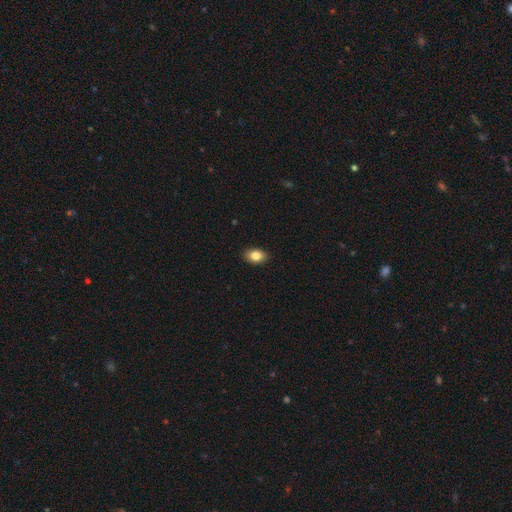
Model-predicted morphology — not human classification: smooth_or_featured: smooth (p=0.84) [alt: star or artifact p=0.08]
how_rounded: in between (p=0.85) [alt: round p=0.14]
merging: none (p=0.89) [alt: minor disturbance p=0.08]